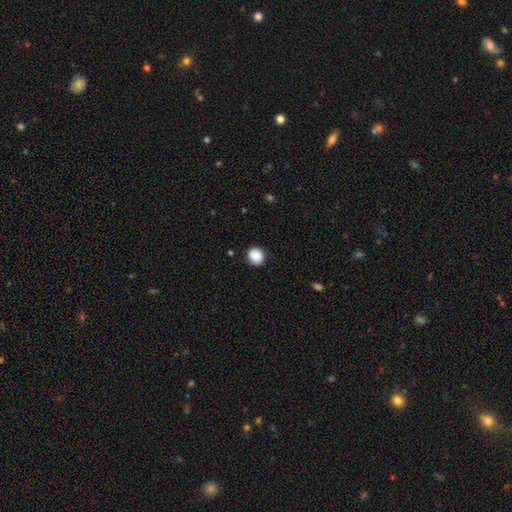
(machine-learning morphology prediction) Overall: smooth (88%). How rounded: round (79%). Merging: none (86%).